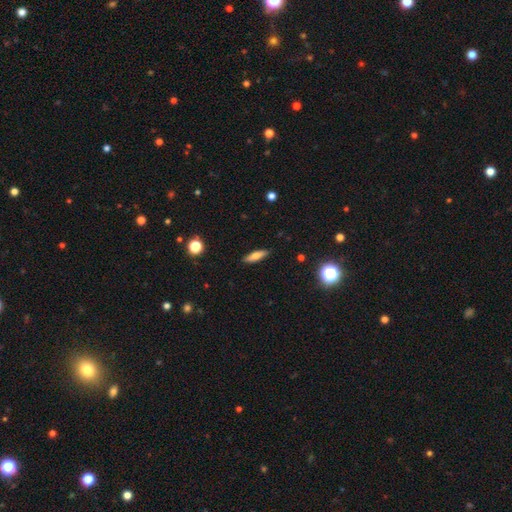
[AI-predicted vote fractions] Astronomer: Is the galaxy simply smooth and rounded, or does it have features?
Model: smooth — 64%.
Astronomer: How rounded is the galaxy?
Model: cigar-shaped — 59% (runner-up: in between, 37%).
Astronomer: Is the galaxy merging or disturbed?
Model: none — 89%.